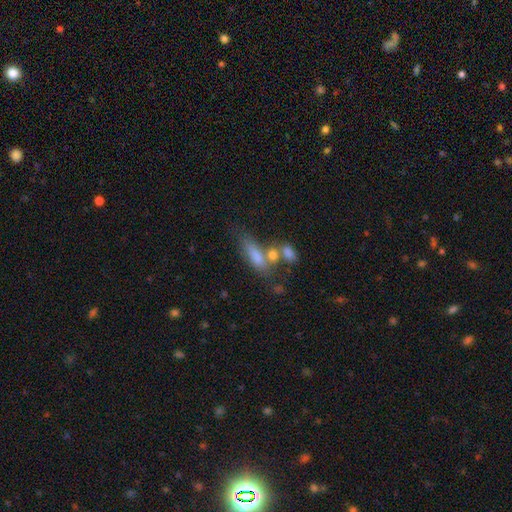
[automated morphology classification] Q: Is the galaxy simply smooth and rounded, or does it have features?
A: smooth — 74%.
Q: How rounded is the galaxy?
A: in between — 60%.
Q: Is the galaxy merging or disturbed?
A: merger — 38%.